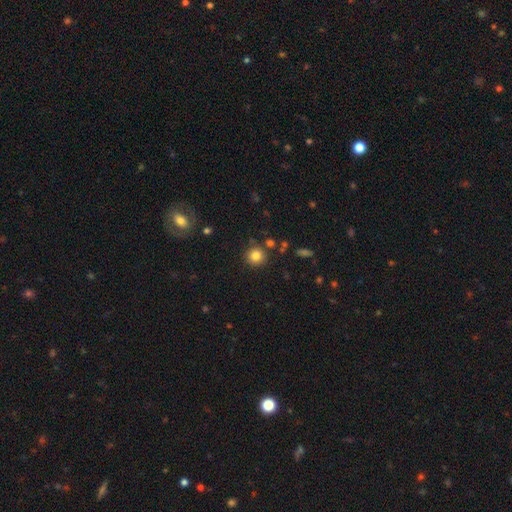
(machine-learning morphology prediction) Smooth or featured: smooth — 82% (star or artifact — 11%)
How rounded: round — 92% (in between — 7%)
Merging: none — 85% (minor disturbance — 8%)